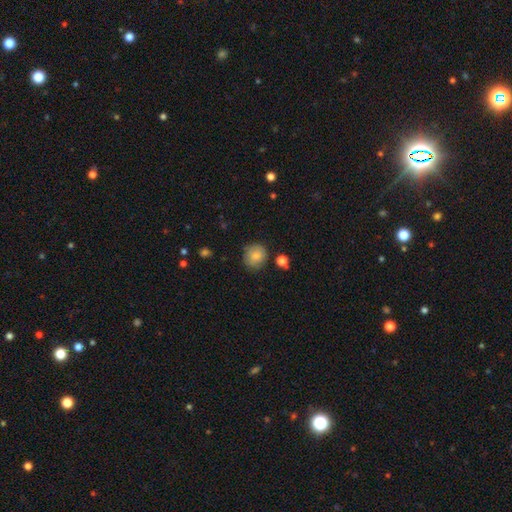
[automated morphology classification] Smooth or featured? smooth (82%)
How rounded? round (83%)
Merging? none (80%)